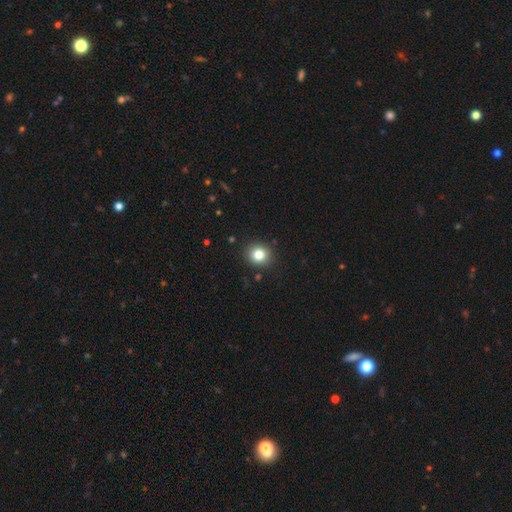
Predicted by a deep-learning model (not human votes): Smooth or featured?
  - smooth: 81% *
  - star or artifact: 12%
  - featured or disk: 8%
How rounded?
  - round: 87% *
  - in between: 12%
  - cigar-shaped: 1%
Merging?
  - none: 91% *
  - minor disturbance: 6%
  - major disturbance: 2%
  - merger: 1%